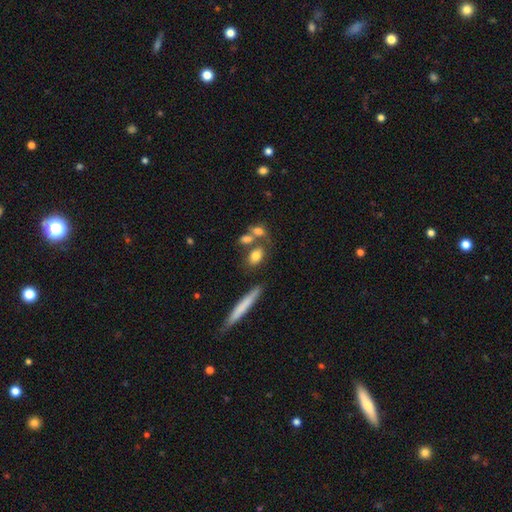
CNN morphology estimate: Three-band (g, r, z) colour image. It shows a smooth galaxy with no disk features (75%) that is in between round and cigar-shaped (71%). Merging: none (57%).